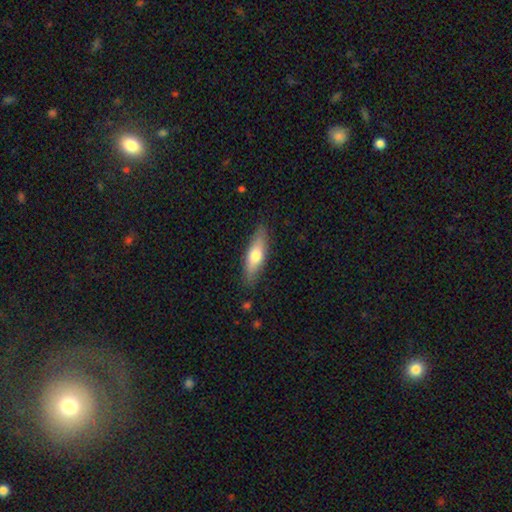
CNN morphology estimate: smooth_or_featured: smooth (p=0.66) [alt: featured or disk p=0.29]
how_rounded: in between (p=0.51) [alt: cigar-shaped p=0.47]
merging: none (p=0.84) [alt: minor disturbance p=0.13]